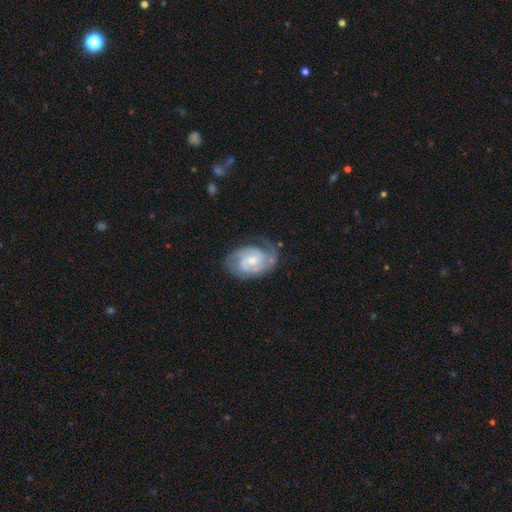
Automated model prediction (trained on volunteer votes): Overall: featured or disk (83%). Edge-on disk: no (97%). Bar: no (51%; weak 41%). Spiral arms: yes (95%). Spiral arm count: 2 (65%). Spiral winding: tight (51%; medium 39%). Bulge size: moderate (48%; small 45%). Merging: none (67%).